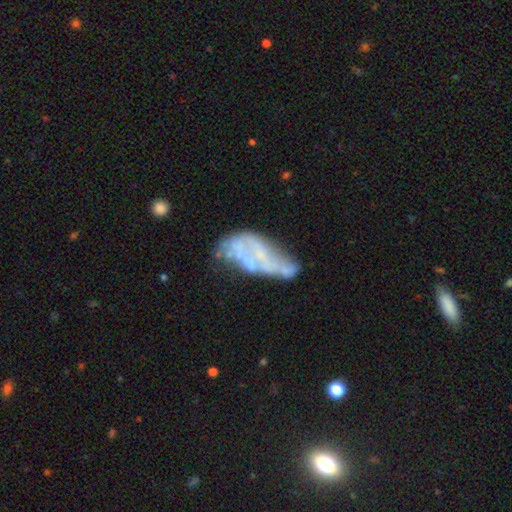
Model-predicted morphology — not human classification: A featured or disk galaxy (62%) with no bar (83%), no spiral arms (82%) and no central bulge (69%). Merging: major disturbance (30%).